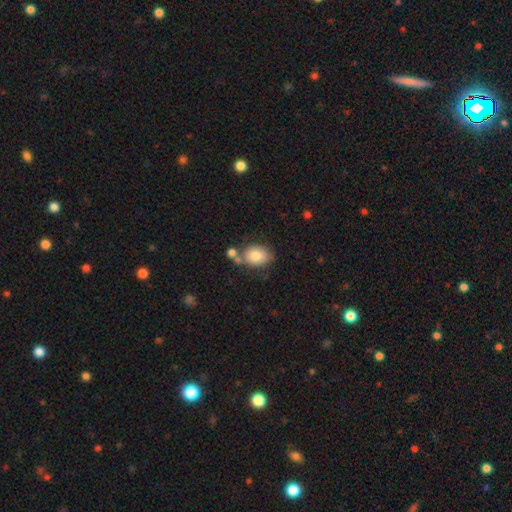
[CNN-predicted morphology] smooth_or_featured: smooth (p=0.79) [alt: featured or disk p=0.13]
how_rounded: in between (p=0.62) [alt: round p=0.37]
merging: none (p=0.56) [alt: merger p=0.21]